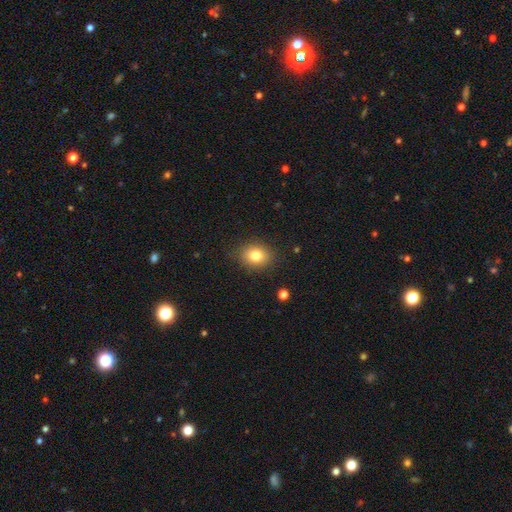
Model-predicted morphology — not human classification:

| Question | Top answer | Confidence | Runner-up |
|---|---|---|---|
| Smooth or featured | smooth | 80% | star or artifact (11%) |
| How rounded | in between | 50% | round (49%) |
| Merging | none | 86% | minor disturbance (10%) |